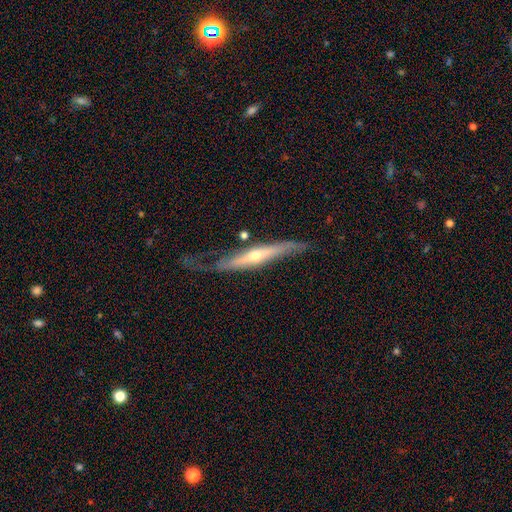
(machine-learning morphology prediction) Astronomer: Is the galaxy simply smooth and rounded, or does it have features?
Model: featured or disk — 71%.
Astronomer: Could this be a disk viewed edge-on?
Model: yes — 80%.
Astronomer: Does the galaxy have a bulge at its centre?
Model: rounded — 80%.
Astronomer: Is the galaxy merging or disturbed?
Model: none — 48% (runner-up: minor disturbance, 29%).